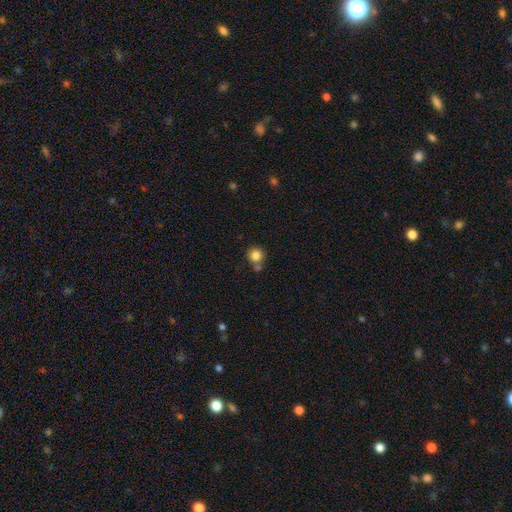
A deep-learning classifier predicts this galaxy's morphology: type=smooth (84%); roundness=round (92%); merging=none (65%).